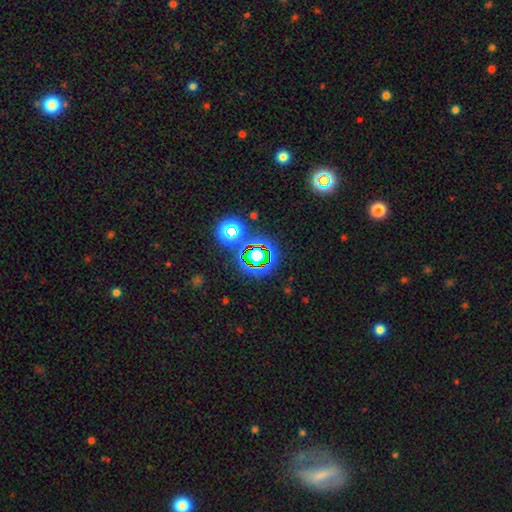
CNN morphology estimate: The model was most divided on "smooth or featured": star or artifact: 67%, smooth: 22%, featured or disk: 11%.